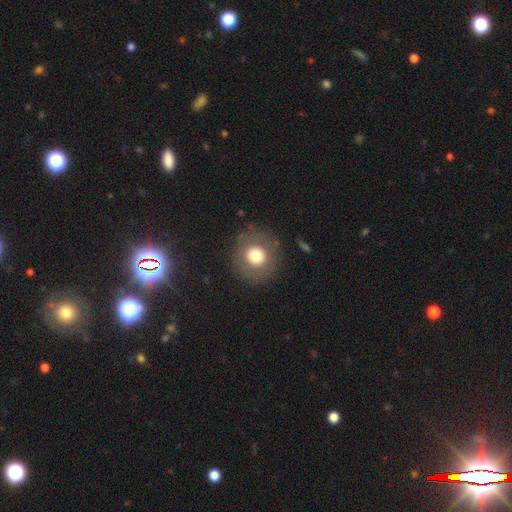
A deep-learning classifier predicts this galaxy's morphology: Smooth or featured: smooth — 71% (featured or disk — 19%)
How rounded: round — 93% (in between — 6%)
Merging: none — 85% (minor disturbance — 9%)